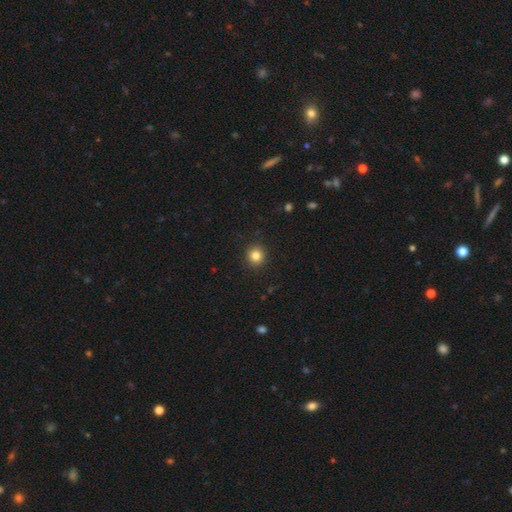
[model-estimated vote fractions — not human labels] A smooth galaxy with no disk features (83%) that is round (92%). Merging: none (92%).